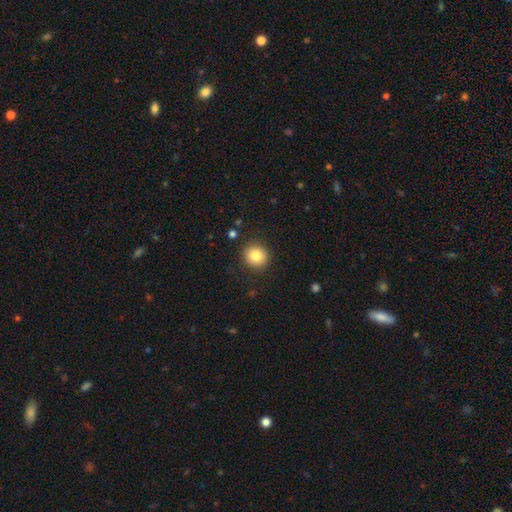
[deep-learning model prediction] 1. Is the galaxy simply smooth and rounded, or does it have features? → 83% smooth, 10% star or artifact, 7% featured or disk.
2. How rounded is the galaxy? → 89% round, 11% in between, 1% cigar-shaped.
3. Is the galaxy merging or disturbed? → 90% none, 7% minor disturbance, 2% major disturbance, 1% merger.